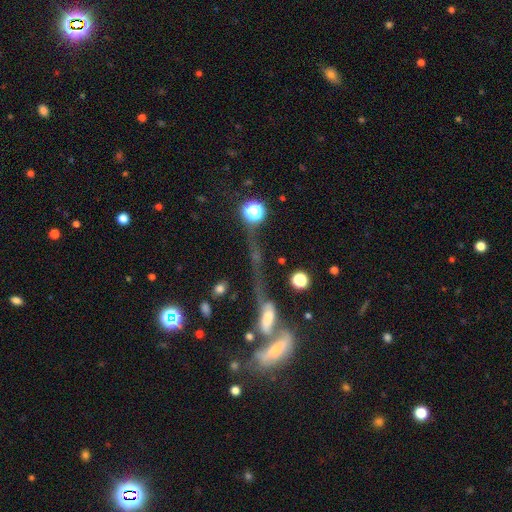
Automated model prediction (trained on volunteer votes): Smooth or featured?
  - featured or disk: 37% *
  - star or artifact: 36%
  - smooth: 27%
Merging?
  - none: 40% *
  - merger: 36%
  - major disturbance: 14%
  - minor disturbance: 11%